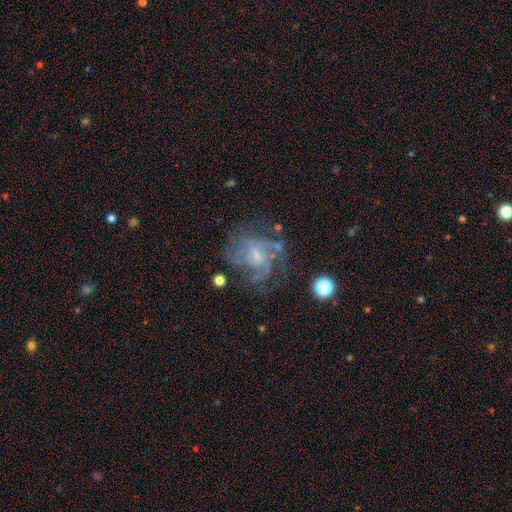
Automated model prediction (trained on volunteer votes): A featured or disk galaxy (74%) with no bar (48%), tight (45%) spiral arms (91%) and a small central bulge (54%). Merging: none (65%).